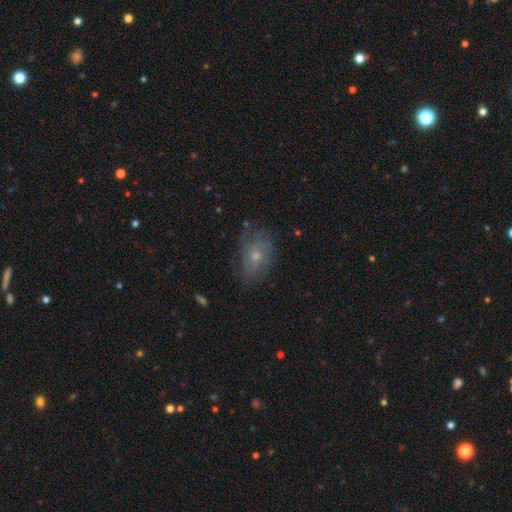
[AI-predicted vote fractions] Smooth or featured?
  - featured or disk: 61% *
  - smooth: 26%
  - star or artifact: 13%
Edge-on disk?
  - no: 96% *
  - yes: 4%
Bar?
  - no: 79% *
  - weak: 19%
  - strong: 3%
Spiral arms?
  - yes: 82% *
  - no: 18%
Bulge size?
  - small: 50% *
  - moderate: 44%
  - large: 2%
  - none: 2%
  - dominant: 1%
Merging?
  - none: 70% *
  - minor disturbance: 20%
  - major disturbance: 9%
  - merger: 1%